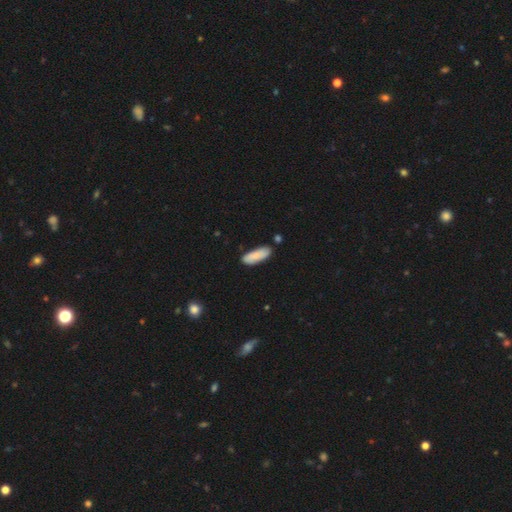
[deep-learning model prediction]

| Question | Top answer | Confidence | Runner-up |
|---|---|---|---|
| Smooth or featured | smooth | 78% | featured or disk (16%) |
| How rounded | in between | 65% | cigar-shaped (34%) |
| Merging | none | 79% | minor disturbance (15%) |